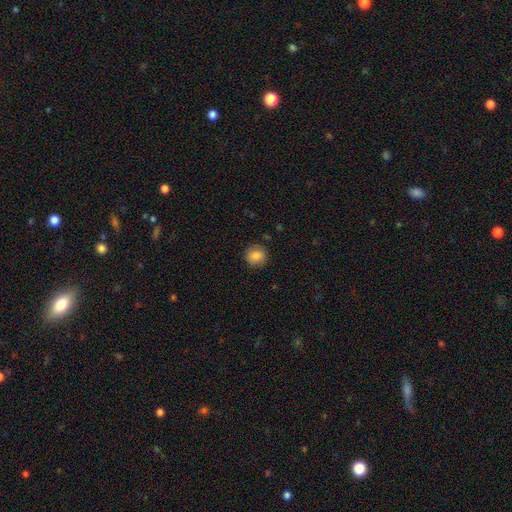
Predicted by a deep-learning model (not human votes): Smooth or featured: smooth — 85% (star or artifact — 10%)
How rounded: round — 91% (in between — 8%)
Merging: none — 88% (minor disturbance — 9%)